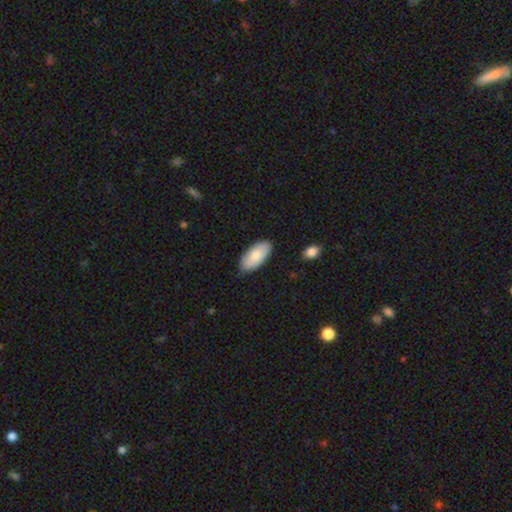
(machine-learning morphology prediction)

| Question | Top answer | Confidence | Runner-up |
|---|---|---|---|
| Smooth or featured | smooth | 84% | featured or disk (11%) |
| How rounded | in between | 94% | cigar-shaped (4%) |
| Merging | none | 82% | minor disturbance (15%) |